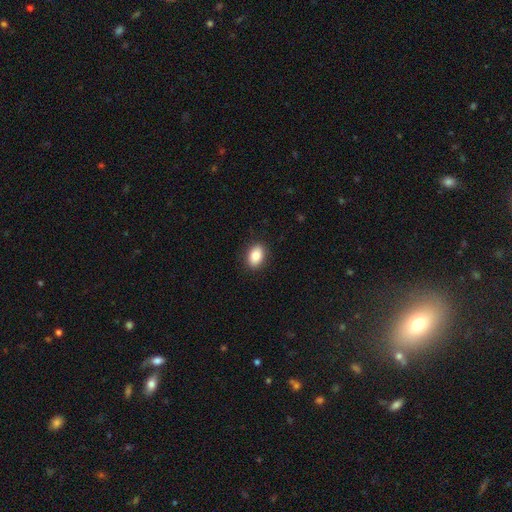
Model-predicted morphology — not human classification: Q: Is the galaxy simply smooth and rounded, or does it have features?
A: smooth — 85%.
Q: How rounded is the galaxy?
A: in between — 82%.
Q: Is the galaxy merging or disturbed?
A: none — 90%.